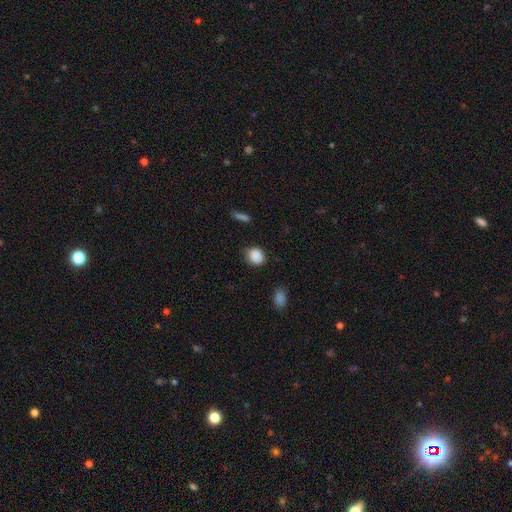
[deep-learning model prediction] This appears to be a smooth galaxy with no disk features (88%) that is round (71%). Merging: none (78%).